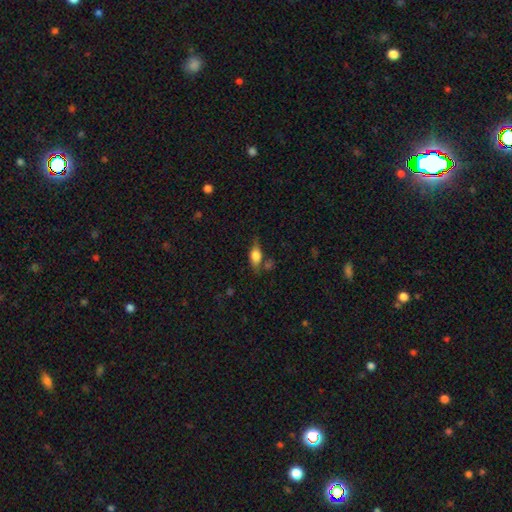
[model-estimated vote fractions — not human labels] This appears to be a smooth galaxy with no disk features (63%) that is in between round and cigar-shaped (75%). Merging: none (60%).